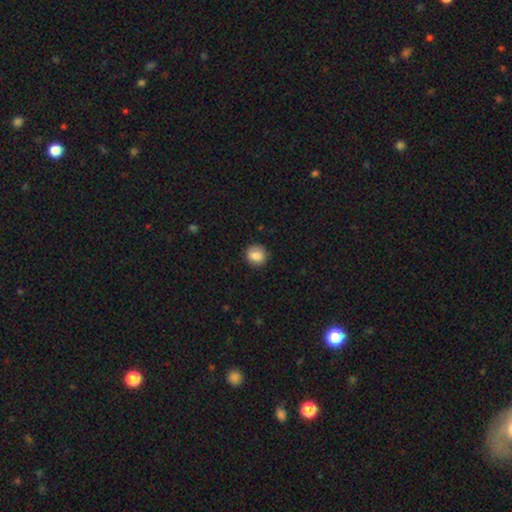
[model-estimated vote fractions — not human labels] smooth-or-featured: smooth: 84% | star or artifact: 9% | featured or disk: 7%
  how-rounded: round: 83% | in between: 16% | cigar-shaped: 1%
  merging: none: 87% | minor disturbance: 10% | major disturbance: 2% | merger: 1%